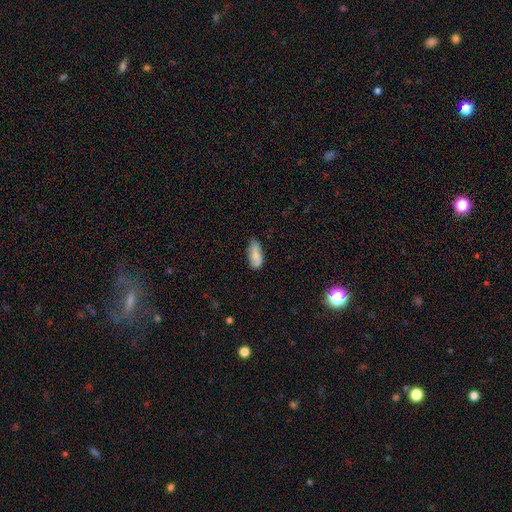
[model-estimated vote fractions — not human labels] Smooth or featured? Predicted: smooth (p=0.82). How rounded? Predicted: in between (p=0.87). Merging? Predicted: none (p=0.64).